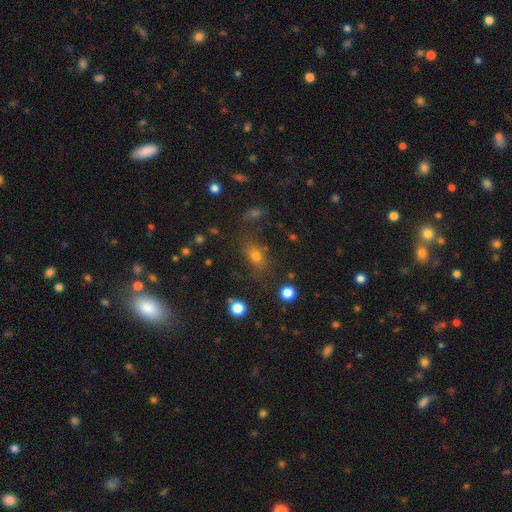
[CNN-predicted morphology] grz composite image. It shows a smooth galaxy with no disk features (68%) that is in between round and cigar-shaped (73%). Merging: none (72%).